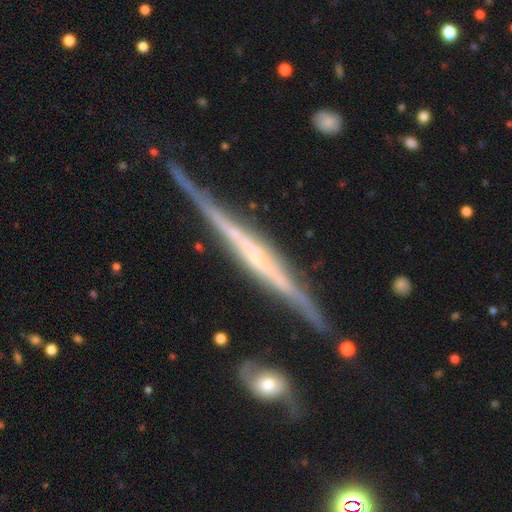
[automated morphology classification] smooth_or_featured: featured or disk (p=0.84) [alt: smooth p=0.10]
disk_edge_on: yes (p=0.97) [alt: no p=0.03]
edge_on_bulge: none (p=0.41) [alt: rounded p=0.34]
merging: none (p=0.79) [alt: minor disturbance p=0.14]